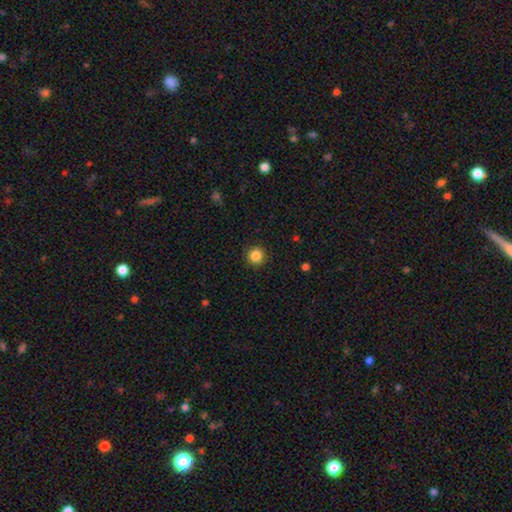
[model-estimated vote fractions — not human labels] A smooth galaxy with no disk features (85%) that is round (95%).

Vote fractions:
- Smooth or featured? smooth: 85% / star or artifact: 11% / featured or disk: 4%
- How rounded? round: 95% / in between: 4% / cigar-shaped: 1%
- Merging? none: 92% / minor disturbance: 5% / major disturbance: 2% / merger: 1%